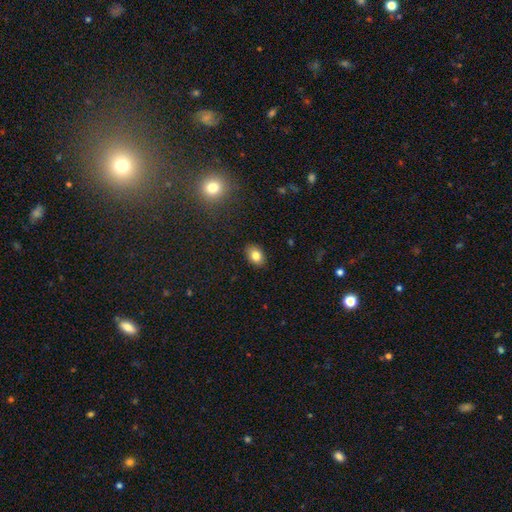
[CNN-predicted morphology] smooth_or_featured: smooth (p=0.81) [alt: star or artifact p=0.10]
how_rounded: in between (p=0.74) [alt: round p=0.25]
merging: none (p=0.88) [alt: minor disturbance p=0.09]